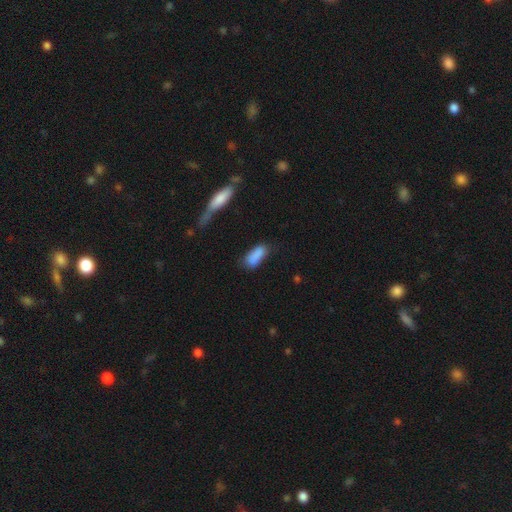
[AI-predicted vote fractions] Q: Smooth or featured?
A: smooth (85%); runner-up: star or artifact (8%)
Q: How rounded?
A: in between (80%); runner-up: cigar-shaped (17%)
Q: Merging?
A: none (57%); runner-up: minor disturbance (27%)